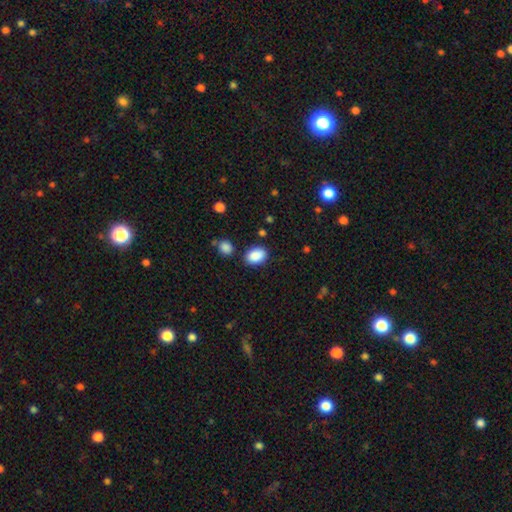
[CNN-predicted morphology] Smooth or featured: smooth — 89% (star or artifact — 8%)
How rounded: in between — 81% (round — 18%)
Merging: none — 82% (minor disturbance — 11%)